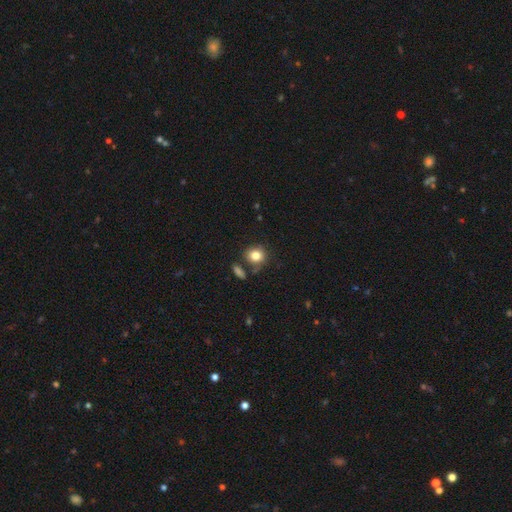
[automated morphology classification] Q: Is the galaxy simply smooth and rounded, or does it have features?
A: smooth — 81%.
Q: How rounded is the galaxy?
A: round — 78%.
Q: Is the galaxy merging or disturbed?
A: none — 69%.